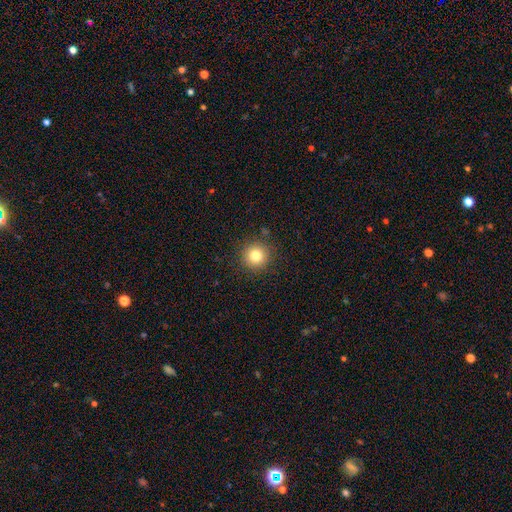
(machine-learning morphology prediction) A smooth galaxy with no disk features (80%) that is round (95%). Merging: none (89%).